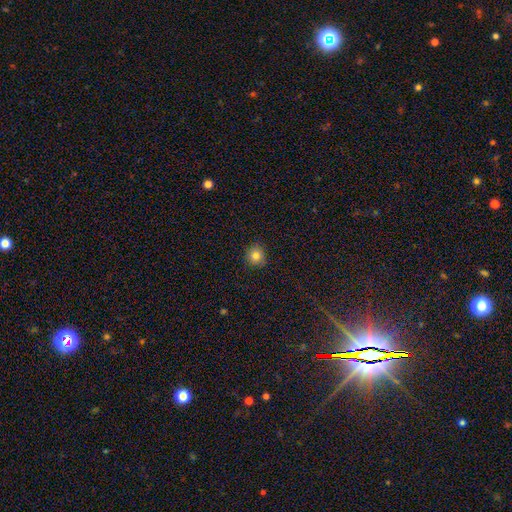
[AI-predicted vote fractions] Q: Smooth or featured?
A: smooth (82%); runner-up: star or artifact (12%)
Q: How rounded?
A: round (91%); runner-up: in between (9%)
Q: Merging?
A: none (89%); runner-up: minor disturbance (8%)